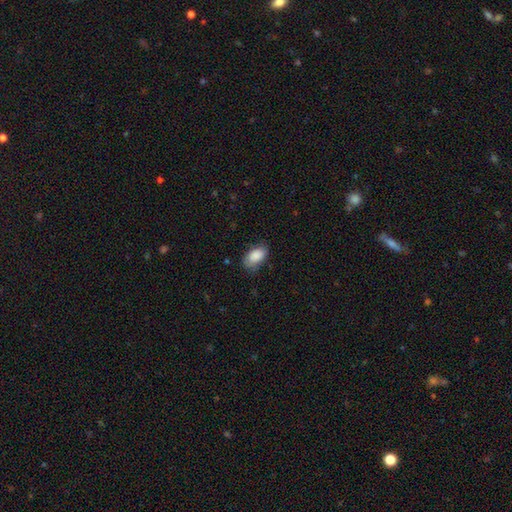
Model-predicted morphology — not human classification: Smooth or featured? smooth (85%)
How rounded? in between (92%)
Merging? none (68%)